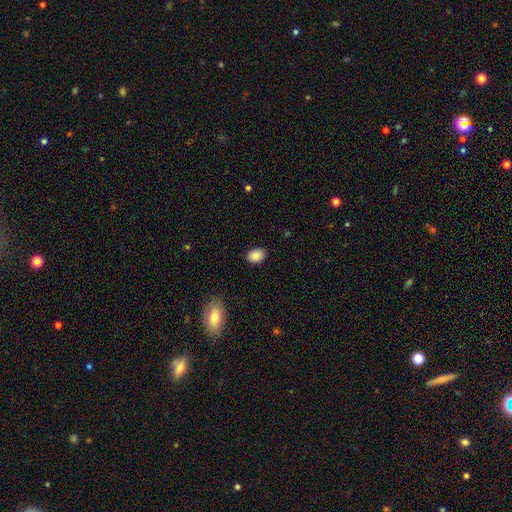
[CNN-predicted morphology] Q: Smooth or featured?
A: smooth (88%); runner-up: star or artifact (8%)
Q: How rounded?
A: in between (75%); runner-up: round (24%)
Q: Merging?
A: none (87%); runner-up: minor disturbance (9%)